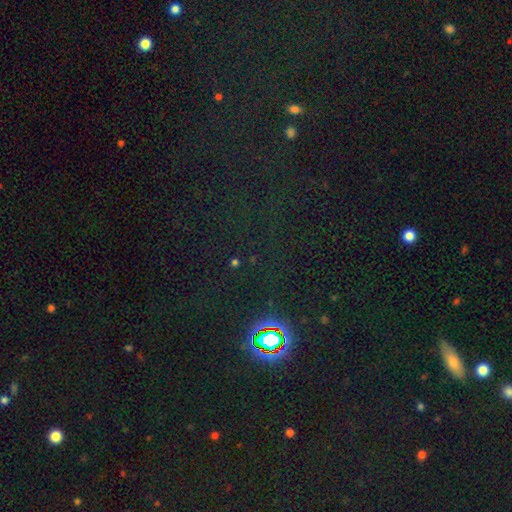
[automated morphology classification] star or artifact 81%, smooth 12%, featured or disk 7%.